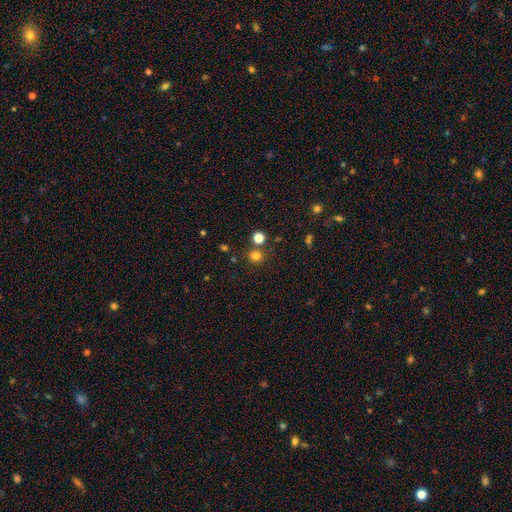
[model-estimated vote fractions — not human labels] Smooth or featured? Predicted: smooth (p=0.77). How rounded? Predicted: round (p=0.90). Merging? Predicted: none (p=0.78).